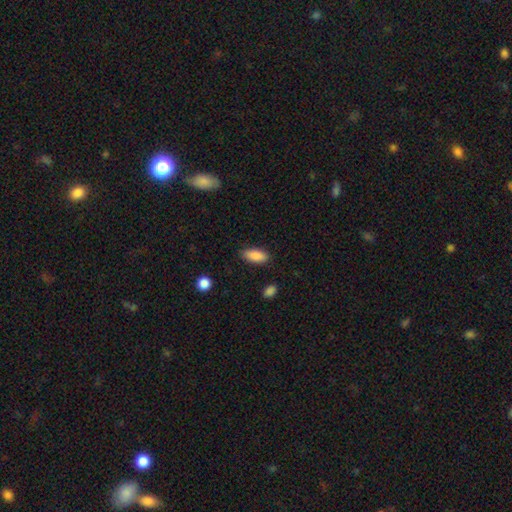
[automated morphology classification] A smooth galaxy with no disk features (88%) that is in between round and cigar-shaped (83%). Merging: none (84%).